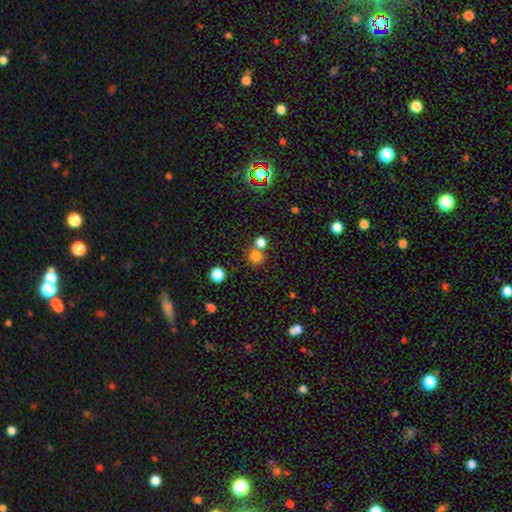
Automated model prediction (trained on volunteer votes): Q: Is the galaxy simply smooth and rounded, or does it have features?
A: smooth — 74%.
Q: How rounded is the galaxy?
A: round — 87%.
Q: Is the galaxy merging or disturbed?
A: none — 58%.